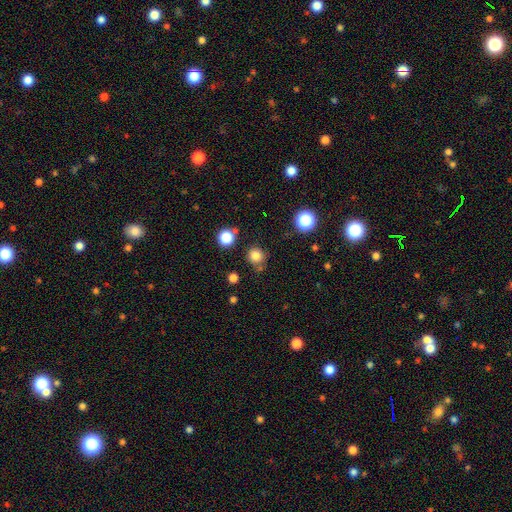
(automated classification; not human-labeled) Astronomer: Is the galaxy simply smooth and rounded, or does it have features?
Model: smooth — 80%.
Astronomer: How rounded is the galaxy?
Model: round — 92%.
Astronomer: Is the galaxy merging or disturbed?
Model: none — 79%.